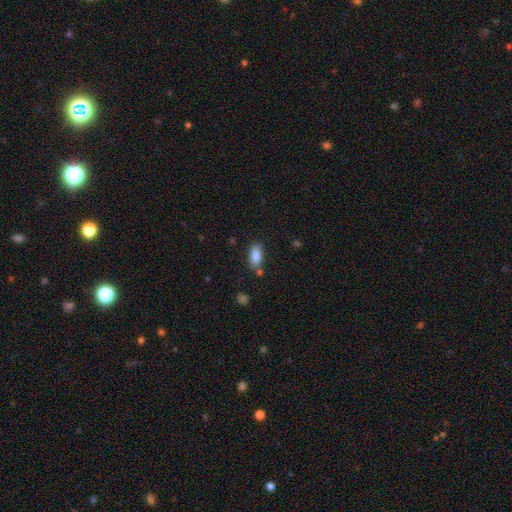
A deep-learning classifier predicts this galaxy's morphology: Smooth or featured: smooth — 86% (star or artifact — 8%)
How rounded: in between — 87% (cigar-shaped — 10%)
Merging: none — 76% (minor disturbance — 13%)